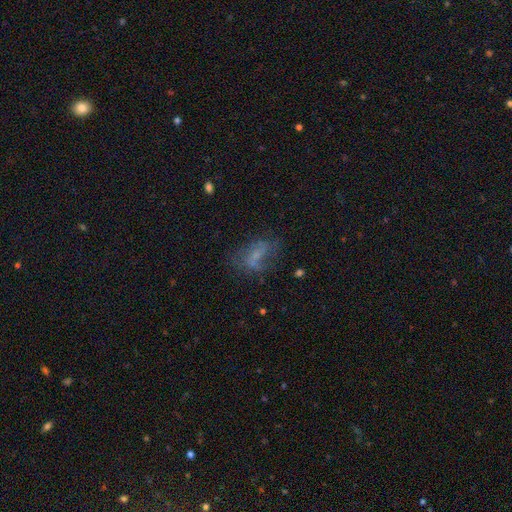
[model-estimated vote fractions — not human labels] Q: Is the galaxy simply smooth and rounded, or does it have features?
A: featured or disk — 43%.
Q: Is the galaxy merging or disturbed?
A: none — 47%.